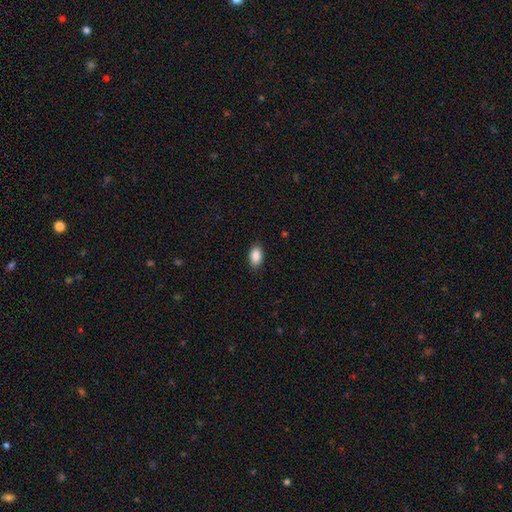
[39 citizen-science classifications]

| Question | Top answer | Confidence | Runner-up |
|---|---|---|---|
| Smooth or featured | smooth | 97% | featured or disk (3%) |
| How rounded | in between | 95% | round (3%) |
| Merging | none | 85% | minor disturbance (10%) |